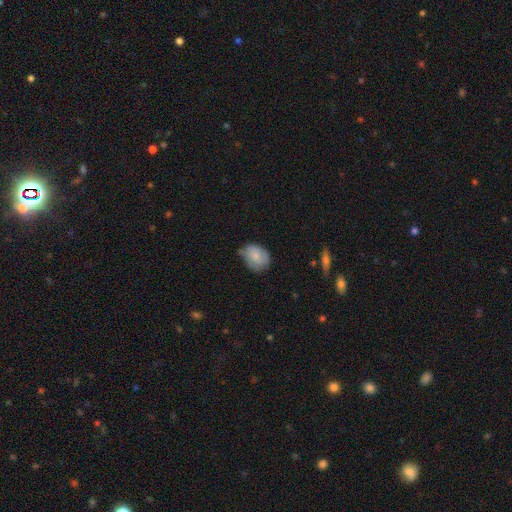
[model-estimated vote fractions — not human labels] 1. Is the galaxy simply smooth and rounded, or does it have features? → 75% smooth, 18% featured or disk, 7% star or artifact.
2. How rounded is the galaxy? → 59% in between, 40% round, 1% cigar-shaped.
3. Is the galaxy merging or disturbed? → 52% none, 37% minor disturbance, 8% major disturbance, 3% merger.